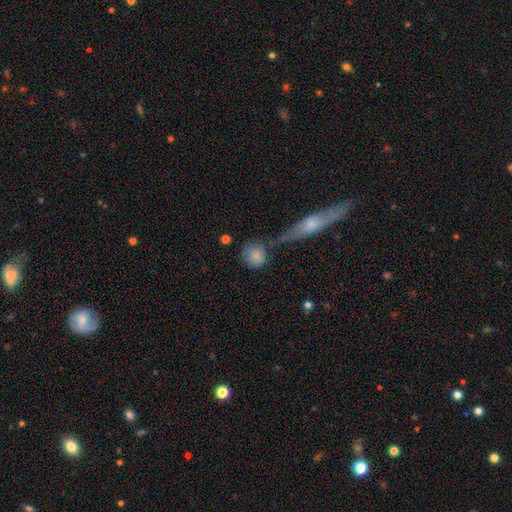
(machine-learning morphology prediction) Smooth or featured: smooth — 81% (featured or disk — 11%)
How rounded: round — 85% (in between — 13%)
Merging: none — 54% (merger — 18%)